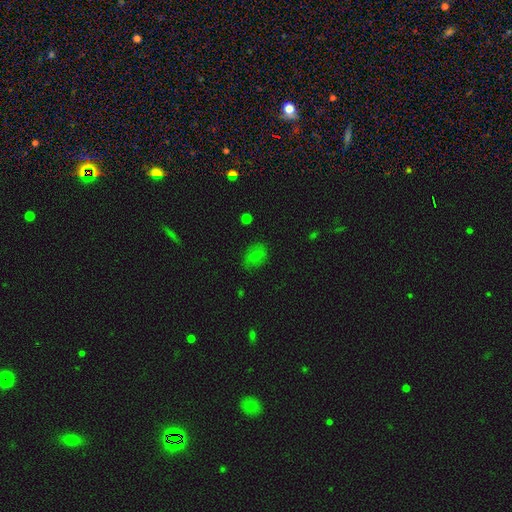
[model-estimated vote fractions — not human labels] The model was most divided on "how rounded": in between: 61%, round: 37%, cigar-shaped: 2%. More confident: merging — none (77%); smooth or featured — smooth (57%).